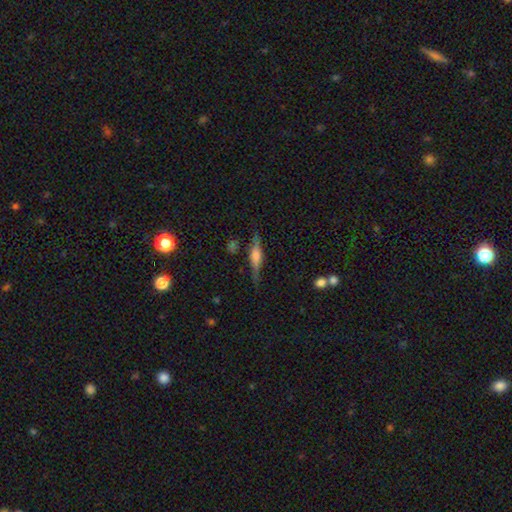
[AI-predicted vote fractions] smooth_or_featured: featured or disk (p=0.66) [alt: smooth p=0.26]
disk_edge_on: yes (p=0.96) [alt: no p=0.04]
edge_on_bulge: rounded (p=0.80) [alt: boxy p=0.15]
merging: none (p=0.81) [alt: minor disturbance p=0.13]